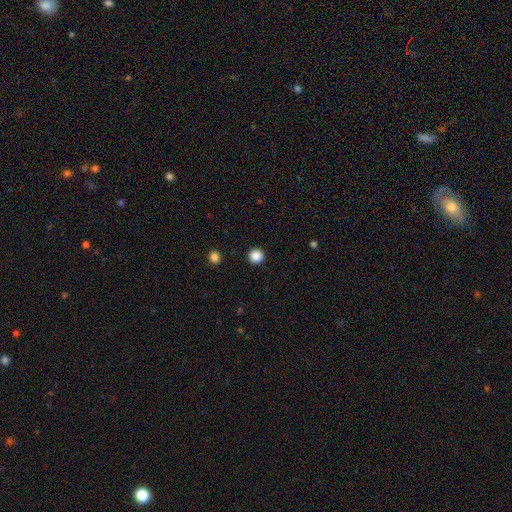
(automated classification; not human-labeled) smooth-or-featured: smooth: 87% | star or artifact: 11% | featured or disk: 2%
  how-rounded: round: 96% | in between: 3% | cigar-shaped: 1%
  merging: none: 93% | minor disturbance: 4% | major disturbance: 2% | merger: 1%